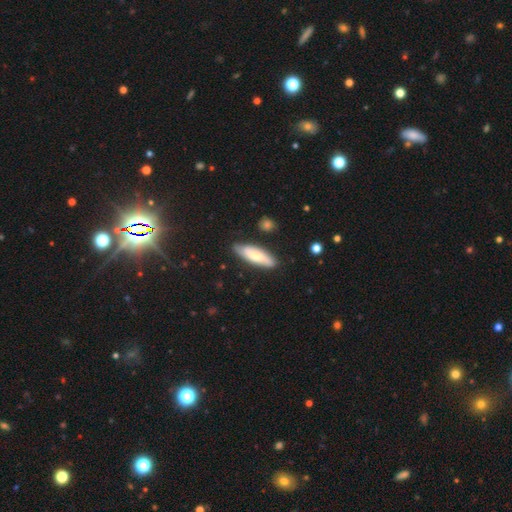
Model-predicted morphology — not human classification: Smooth or featured? Predicted: smooth (p=0.61). How rounded? Predicted: in between (p=0.51). Merging? Predicted: none (p=0.80).